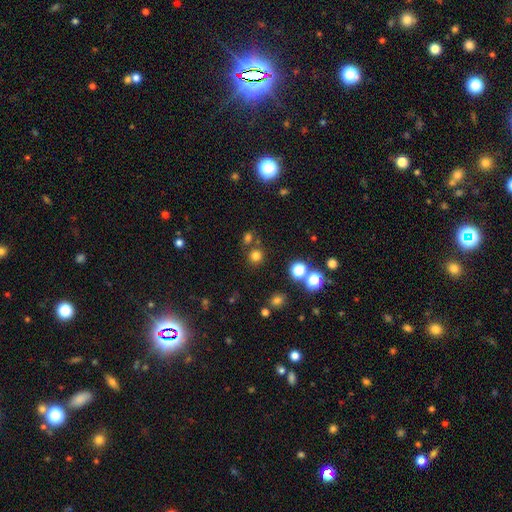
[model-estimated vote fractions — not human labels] smooth-or-featured: smooth: 74% | star or artifact: 20% | featured or disk: 6%
  how-rounded: round: 91% | in between: 8% | cigar-shaped: 1%
  merging: none: 78% | merger: 11% | minor disturbance: 8% | major disturbance: 3%